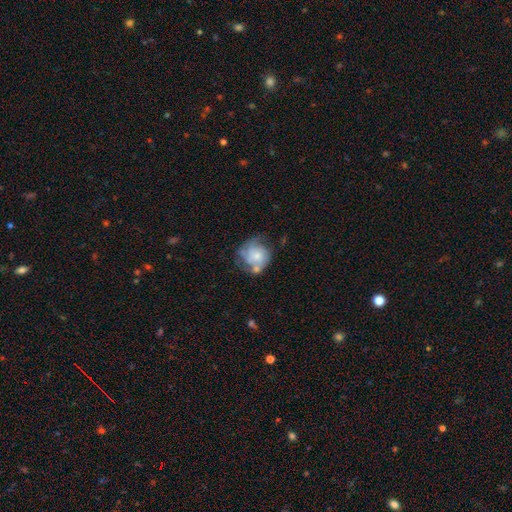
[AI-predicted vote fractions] This is possibly a featured or disk galaxy (49%). Merging: marginally none (44%).